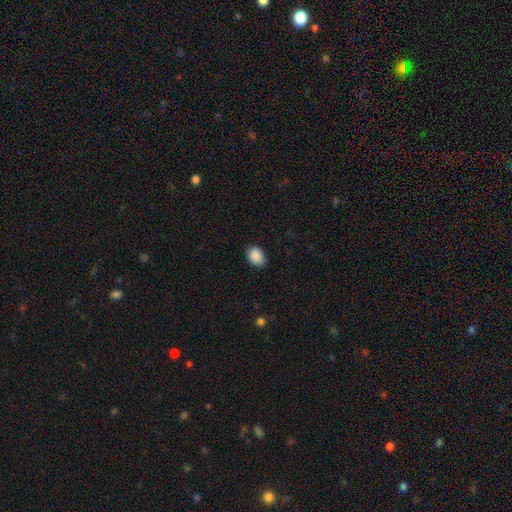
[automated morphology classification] This is clearly a smooth galaxy (89%). How rounded: likely in between (70%). Merging: clearly none (82%).